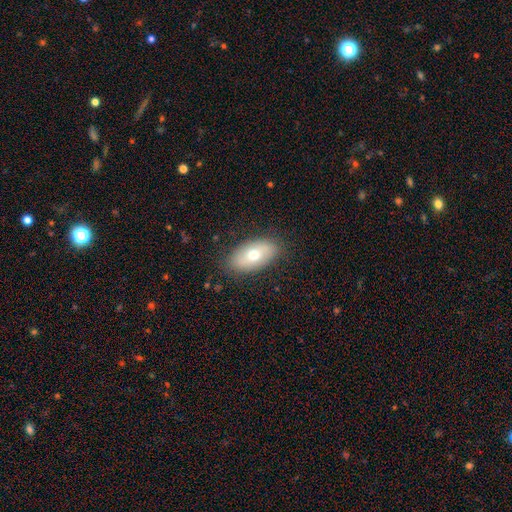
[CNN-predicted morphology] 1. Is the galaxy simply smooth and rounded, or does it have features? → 65% smooth, 27% featured or disk, 8% star or artifact.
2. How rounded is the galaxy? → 92% in between, 5% round, 3% cigar-shaped.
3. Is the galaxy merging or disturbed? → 86% none, 10% minor disturbance, 3% major disturbance, 1% merger.